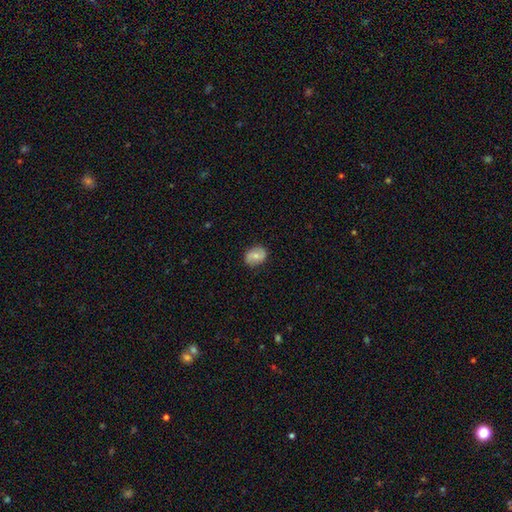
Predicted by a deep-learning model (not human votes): A smooth galaxy with no disk features (56%) that is in between round and cigar-shaped (59%). Merging: none (82%).